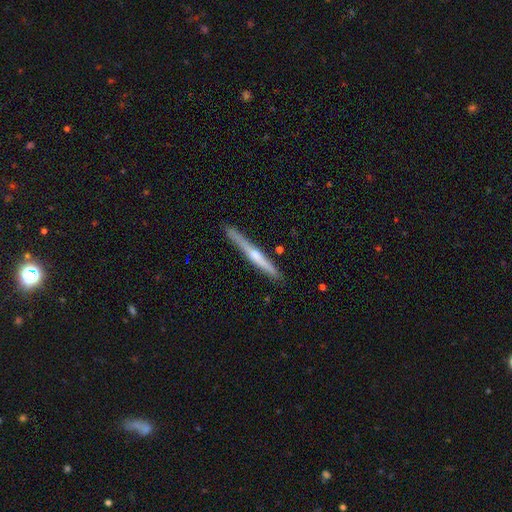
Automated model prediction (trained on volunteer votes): The model was most divided on "smooth or featured": featured or disk: 68%, smooth: 26%, star or artifact: 5%. More confident: edge-on disk — yes (98%); merging — none (89%); edge-on bulge — rounded (77%).